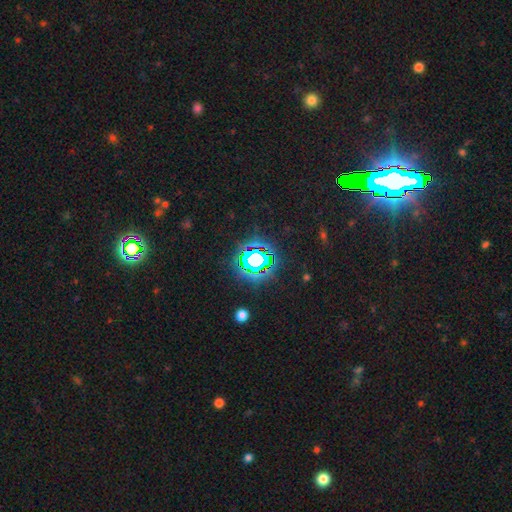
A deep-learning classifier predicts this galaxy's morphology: Smooth or featured?
  - star or artifact: 74% *
  - smooth: 15%
  - featured or disk: 10%